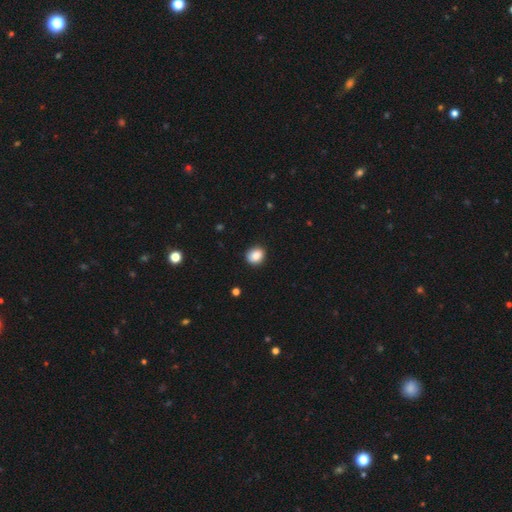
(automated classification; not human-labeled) Smooth or featured: smooth — 87% (star or artifact — 9%)
How rounded: round — 65% (in between — 34%)
Merging: none — 85% (minor disturbance — 12%)